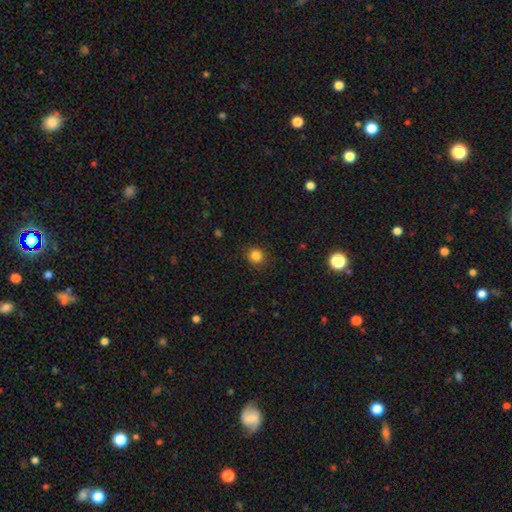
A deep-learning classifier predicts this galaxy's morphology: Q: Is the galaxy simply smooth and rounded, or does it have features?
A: smooth — 83%.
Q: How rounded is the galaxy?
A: round — 91%.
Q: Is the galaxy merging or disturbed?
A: none — 90%.